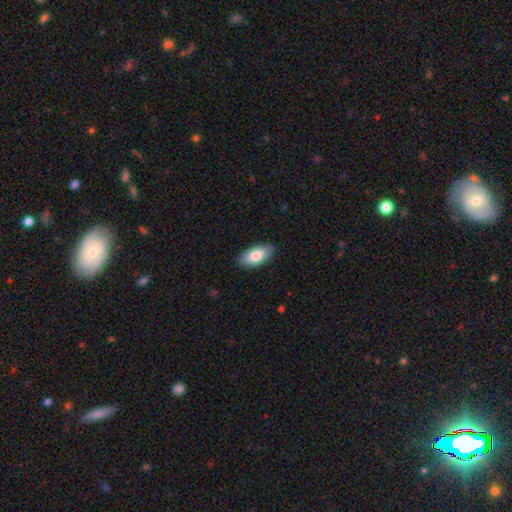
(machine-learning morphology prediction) This is clearly a smooth galaxy (83%). How rounded: clearly in between (94%). Merging: clearly none (87%).